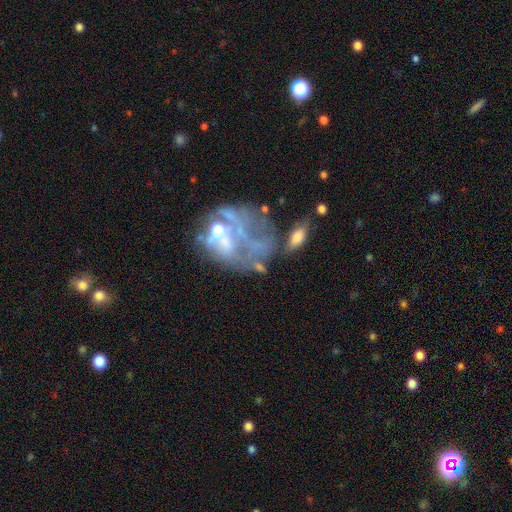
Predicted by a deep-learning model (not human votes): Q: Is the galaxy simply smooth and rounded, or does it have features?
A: featured or disk — 59%.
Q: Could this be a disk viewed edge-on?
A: no — 97%.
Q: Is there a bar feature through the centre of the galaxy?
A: no — 84%.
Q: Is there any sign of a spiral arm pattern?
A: no — 85%.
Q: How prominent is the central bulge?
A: none — 49%.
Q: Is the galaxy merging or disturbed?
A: major disturbance — 34%.